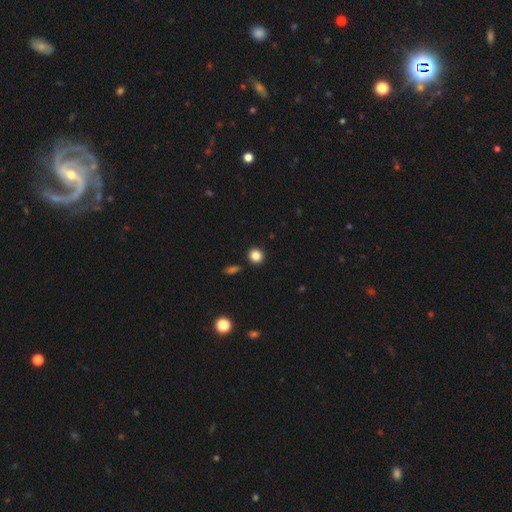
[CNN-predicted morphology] smooth-or-featured: smooth: 85% | star or artifact: 11% | featured or disk: 4%
  how-rounded: round: 89% | in between: 10% | cigar-shaped: 1%
  merging: none: 90% | minor disturbance: 6% | merger: 3% | major disturbance: 2%